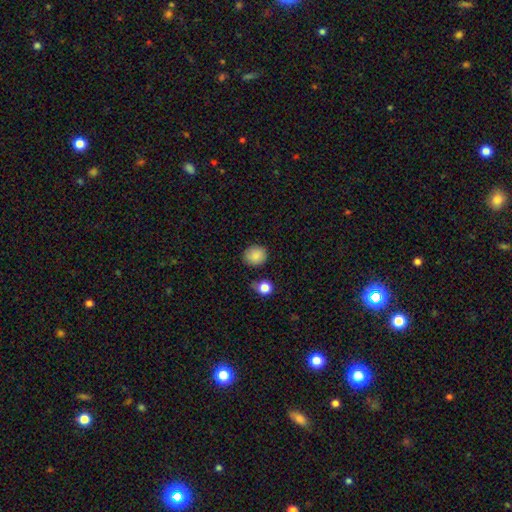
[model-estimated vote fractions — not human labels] This is clearly a smooth galaxy (86%). How rounded: clearly round (82%). Merging: clearly none (81%).